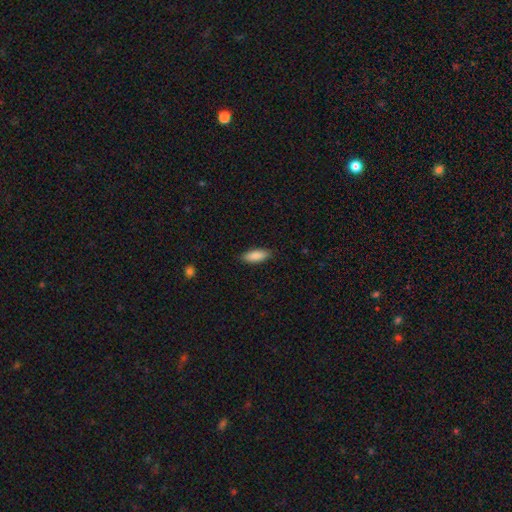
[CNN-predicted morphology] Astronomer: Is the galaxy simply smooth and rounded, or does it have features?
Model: smooth — 88%.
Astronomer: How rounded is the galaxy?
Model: in between — 73%.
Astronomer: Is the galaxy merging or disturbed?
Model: none — 88%.